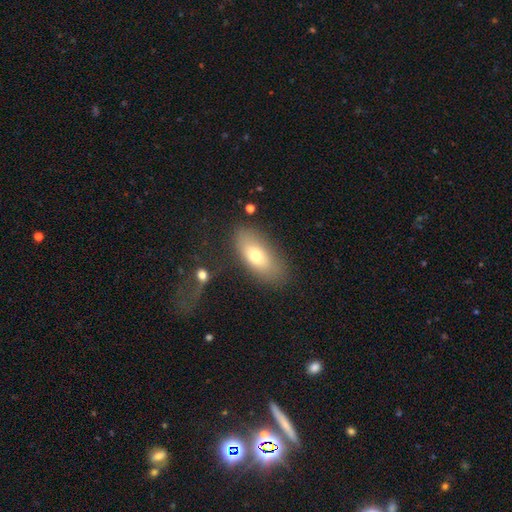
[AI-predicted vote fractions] A smooth galaxy with no disk features (70%) that is in between round and cigar-shaped (85%).

Vote fractions:
- Smooth or featured? smooth: 70% / featured or disk: 21% / star or artifact: 9%
- How rounded? in between: 85% / cigar-shaped: 11% / round: 4%
- Merging? none: 75% / minor disturbance: 14% / major disturbance: 7% / merger: 4%